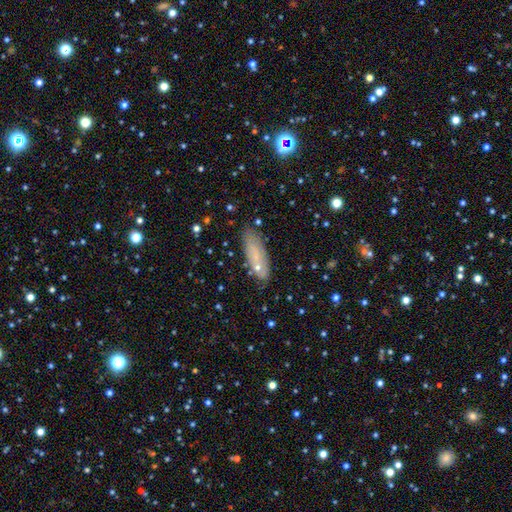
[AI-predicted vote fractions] Q: Smooth or featured?
A: smooth (61%); runner-up: featured or disk (25%)
Q: How rounded?
A: in between (53%); runner-up: cigar-shaped (43%)
Q: Merging?
A: none (74%); runner-up: minor disturbance (17%)